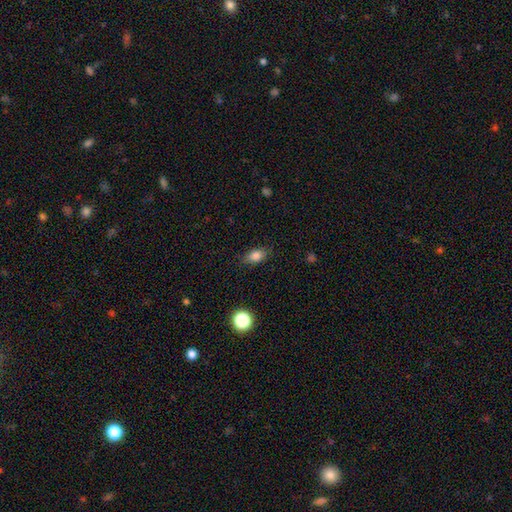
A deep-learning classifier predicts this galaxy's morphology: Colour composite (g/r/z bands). It shows a smooth galaxy with no disk features (82%) that is in between round and cigar-shaped (81%). Merging: none (81%).